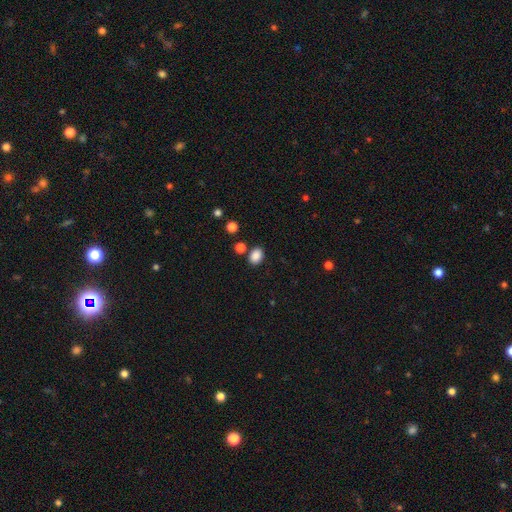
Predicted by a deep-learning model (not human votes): Smooth or featured? Predicted: smooth (p=0.87). How rounded? Predicted: in between (p=0.66). Merging? Predicted: none (p=0.80).